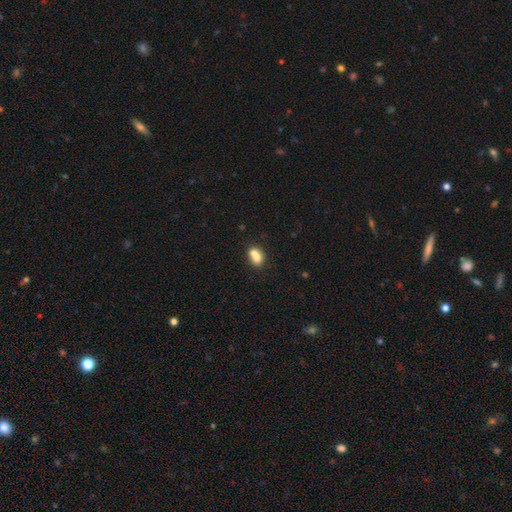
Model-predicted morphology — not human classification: Smooth or featured? Predicted: smooth (p=0.71). How rounded? Predicted: in between (p=0.53). Merging? Predicted: merger (p=0.58).